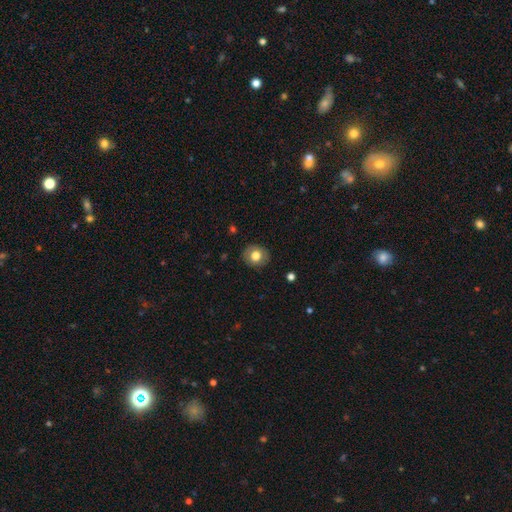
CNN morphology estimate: A smooth galaxy with no disk features (75%) that is round (75%).

Vote fractions:
- Smooth or featured? smooth: 75% / featured or disk: 17% / star or artifact: 8%
- How rounded? round: 75% / in between: 24% / cigar-shaped: 1%
- Merging? none: 88% / minor disturbance: 9% / major disturbance: 2% / merger: 1%